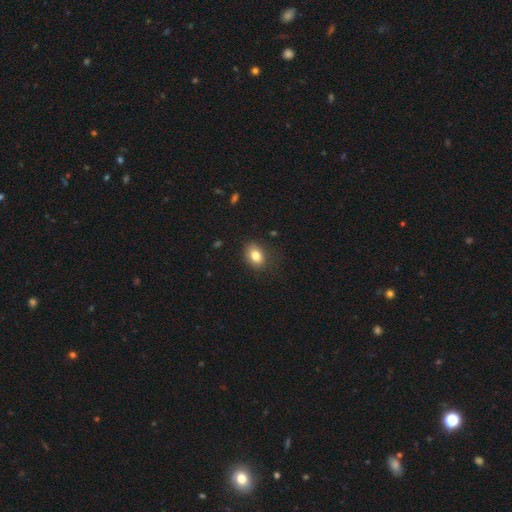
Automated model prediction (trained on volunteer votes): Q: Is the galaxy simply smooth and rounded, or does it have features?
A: smooth — 81%.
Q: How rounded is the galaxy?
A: in between — 71%.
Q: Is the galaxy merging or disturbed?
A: none — 80%.